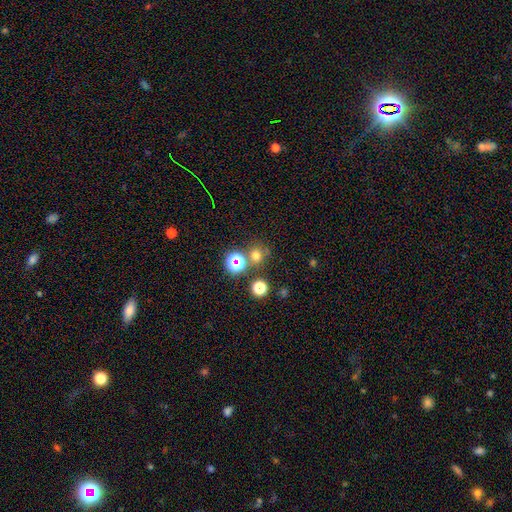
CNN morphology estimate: The model was most divided on "smooth or featured": smooth: 65%, star or artifact: 27%, featured or disk: 7%. More confident: how rounded — round (89%); merging — none (74%).